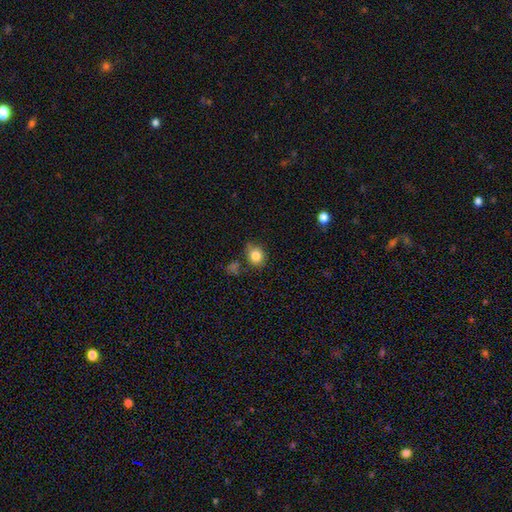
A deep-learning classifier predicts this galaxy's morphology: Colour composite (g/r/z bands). It shows a smooth galaxy with no disk features (83%) that is round (72%). Merging: none (67%).